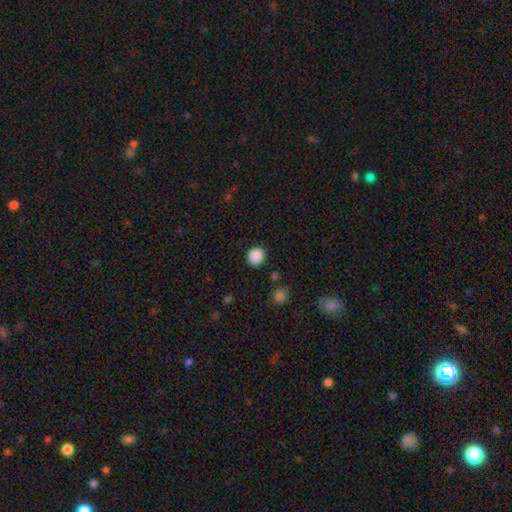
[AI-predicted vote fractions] smooth_or_featured: smooth (p=0.88) [alt: star or artifact p=0.09]
how_rounded: round (p=0.85) [alt: in between p=0.14]
merging: none (p=0.87) [alt: minor disturbance p=0.08]